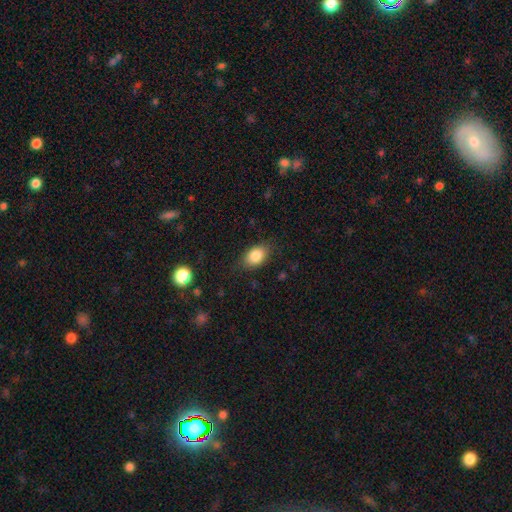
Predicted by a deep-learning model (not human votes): The model was most divided on "how rounded": in between: 81%, round: 17%, cigar-shaped: 2%. More confident: smooth or featured — smooth (85%); merging — none (79%).